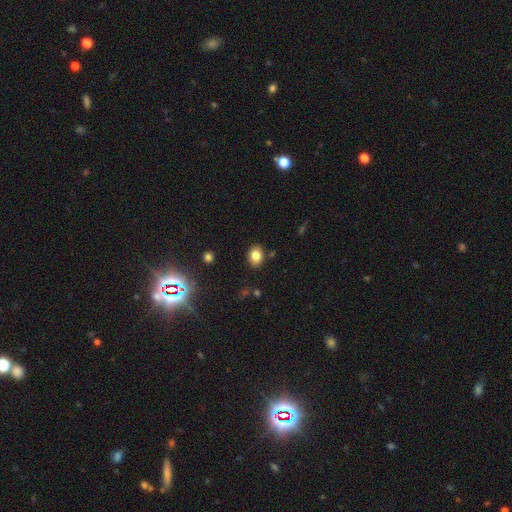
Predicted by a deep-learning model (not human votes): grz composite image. It shows a smooth galaxy with no disk features (82%) that is in between round and cigar-shaped (61%). Merging: none (86%).